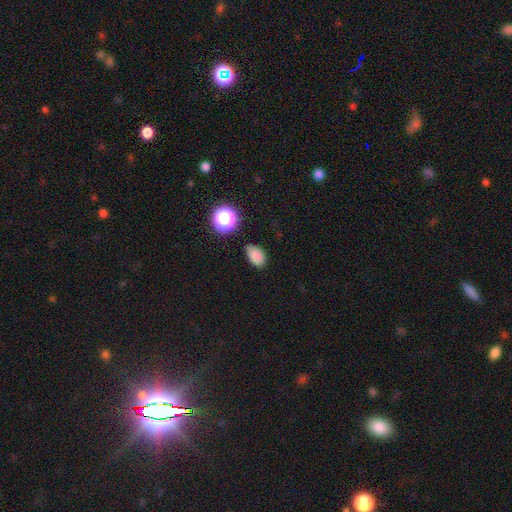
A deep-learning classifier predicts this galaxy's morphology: This is clearly a smooth galaxy (82%). How rounded: clearly in between (87%). Merging: likely none (78%).